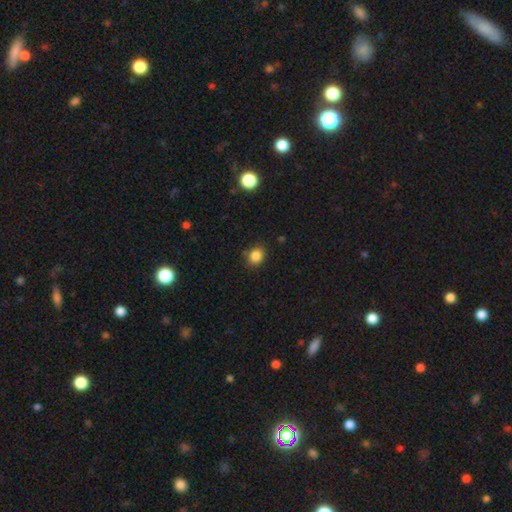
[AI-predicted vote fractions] smooth 85%, star or artifact 11%, featured or disk 4%. Down the decision tree: how rounded — round (63%); merging — none (82%).